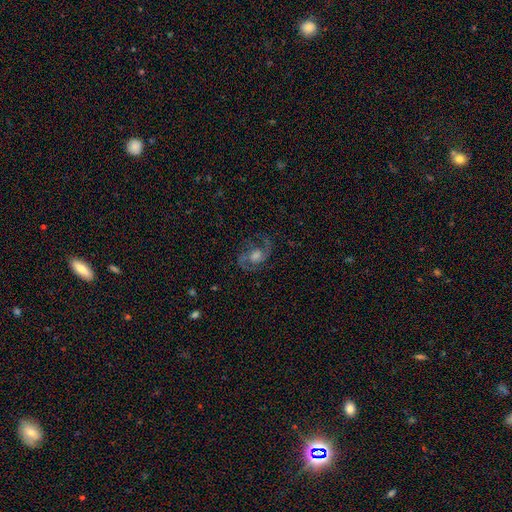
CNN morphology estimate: Smooth or featured? featured or disk (82%)
Edge-on disk? no (97%)
Bar? no (59%)
Spiral arms? yes (95%)
Spiral winding? medium (57%)
Spiral arm count? 2 (87%)
Bulge size? moderate (50%)
Merging? none (76%)